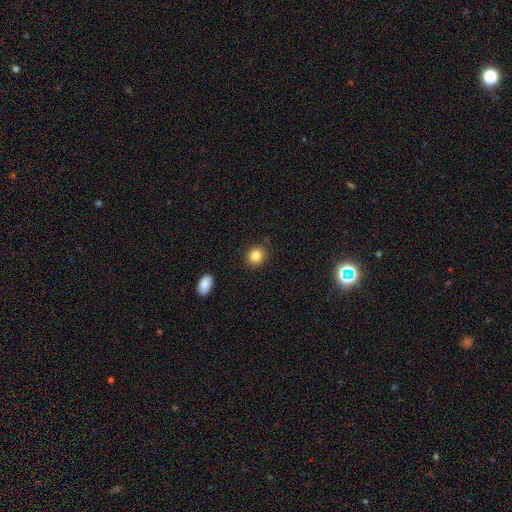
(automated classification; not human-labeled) smooth-or-featured: smooth: 84% | star or artifact: 10% | featured or disk: 6%
  how-rounded: round: 83% | in between: 16% | cigar-shaped: 1%
  merging: none: 88% | minor disturbance: 8% | major disturbance: 2% | merger: 2%